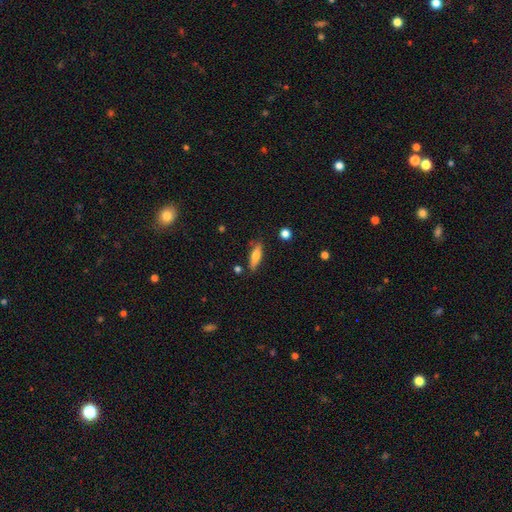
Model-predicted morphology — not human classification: The model was most divided on "how rounded": cigar-shaped: 62%, in between: 35%, round: 2%. More confident: merging — none (81%); smooth or featured — smooth (66%).